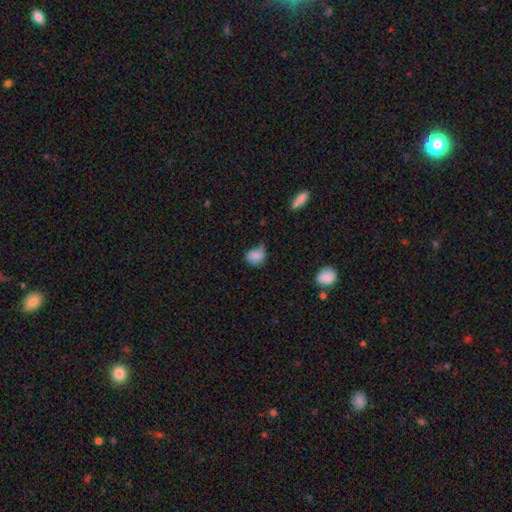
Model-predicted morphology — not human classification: A smooth galaxy with no disk features (76%) that is round (52%). Merging: none (41%).